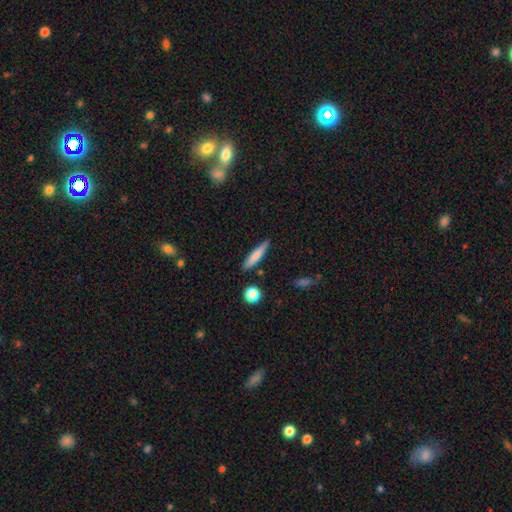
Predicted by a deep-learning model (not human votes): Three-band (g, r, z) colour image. It shows a smooth galaxy with no disk features (73%) that is cigar-shaped (89%). Merging: none (83%).